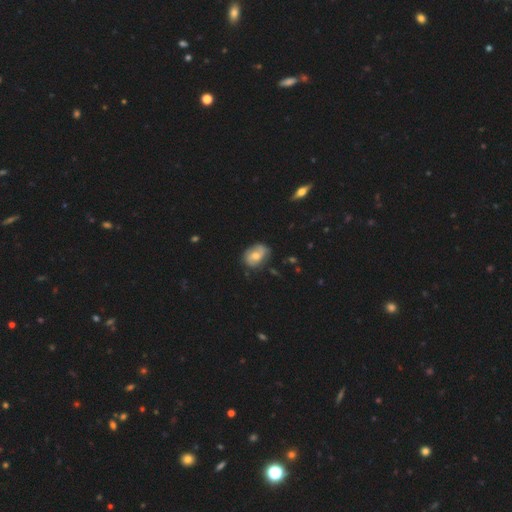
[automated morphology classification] A smooth galaxy with no disk features (50%) that is in between round and cigar-shaped (74%). Merging: none (68%).